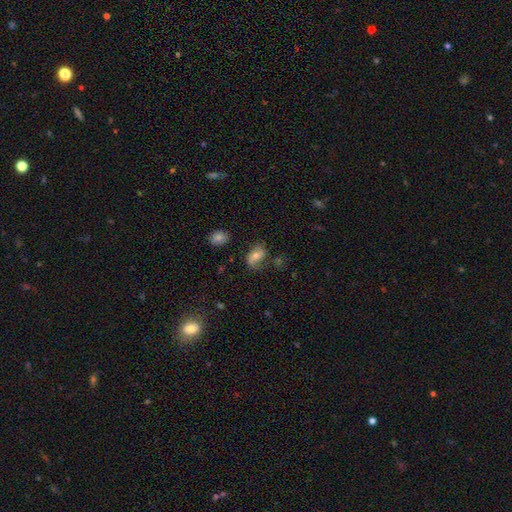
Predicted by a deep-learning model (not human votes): Smooth or featured?
  - featured or disk: 44% *
  - smooth: 42%
  - star or artifact: 14%
Merging?
  - none: 60% *
  - minor disturbance: 22%
  - major disturbance: 13%
  - merger: 4%